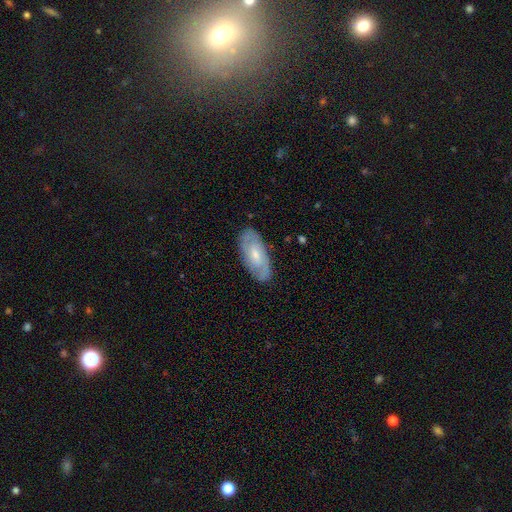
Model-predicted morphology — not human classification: Q: Smooth or featured?
A: featured or disk (69%); runner-up: smooth (25%)
Q: Edge-on disk?
A: no (91%); runner-up: yes (9%)
Q: Bar?
A: no (56%); runner-up: weak (37%)
Q: Spiral arms?
A: yes (88%); runner-up: no (12%)
Q: Spiral winding?
A: tight (56%); runner-up: medium (35%)
Q: Spiral arm count?
A: 2 (59%); runner-up: can't tell (26%)
Q: Bulge size?
A: small (52%); runner-up: moderate (41%)
Q: Merging?
A: none (84%); runner-up: minor disturbance (12%)